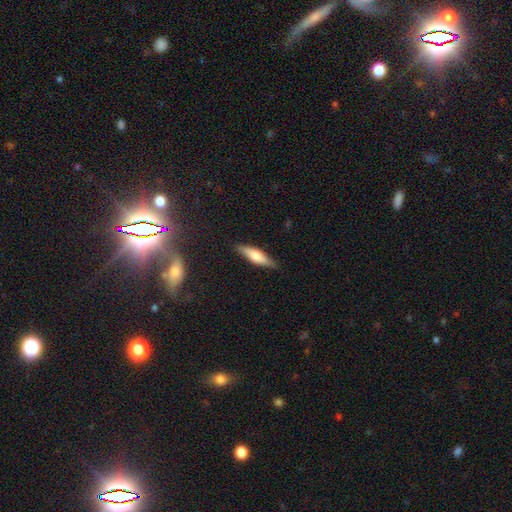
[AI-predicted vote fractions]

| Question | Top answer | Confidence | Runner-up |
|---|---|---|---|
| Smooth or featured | smooth | 61% | featured or disk (33%) |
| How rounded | cigar-shaped | 60% | in between (38%) |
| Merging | none | 83% | minor disturbance (13%) |